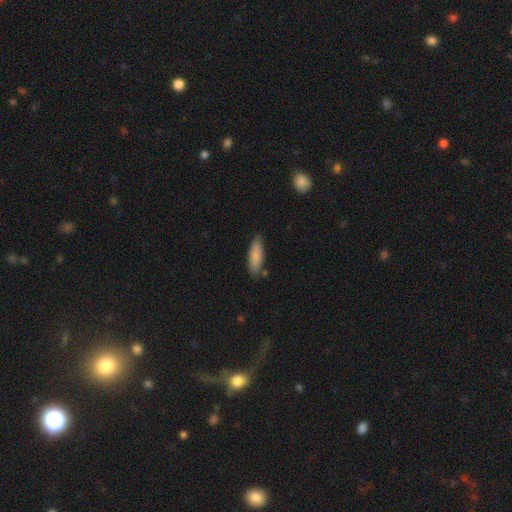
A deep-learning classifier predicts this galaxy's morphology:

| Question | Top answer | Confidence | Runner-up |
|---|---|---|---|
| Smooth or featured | smooth | 85% | featured or disk (10%) |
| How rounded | in between | 53% | cigar-shaped (46%) |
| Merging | none | 78% | minor disturbance (16%) |